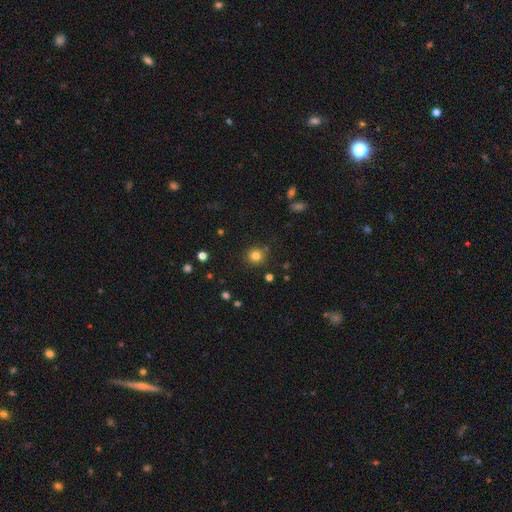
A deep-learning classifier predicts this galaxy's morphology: smooth-or-featured: smooth: 80% | star or artifact: 14% | featured or disk: 6%
  how-rounded: round: 92% | in between: 7% | cigar-shaped: 1%
  merging: none: 85% | minor disturbance: 9% | merger: 4% | major disturbance: 3%